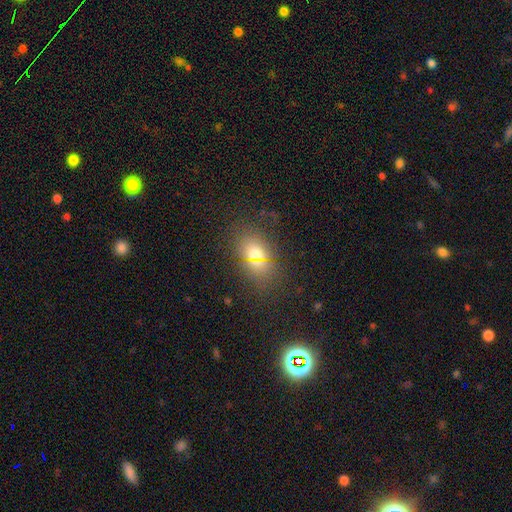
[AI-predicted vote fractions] A smooth galaxy with no disk features (66%) that is in between round and cigar-shaped (66%).

Vote fractions:
- Smooth or featured? smooth: 66% / star or artifact: 21% / featured or disk: 13%
- How rounded? in between: 66% / round: 31% / cigar-shaped: 3%
- Merging? none: 80% / minor disturbance: 12% / major disturbance: 6% / merger: 2%